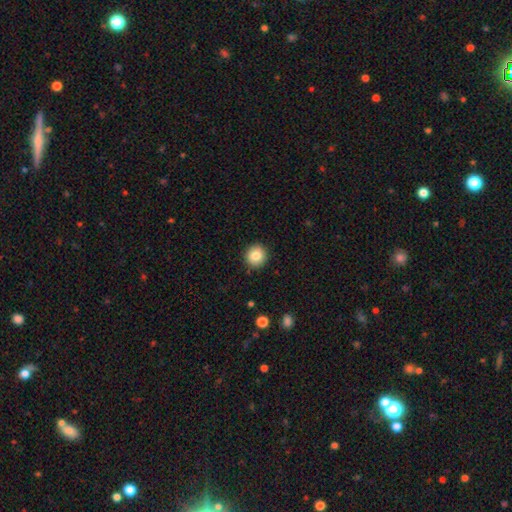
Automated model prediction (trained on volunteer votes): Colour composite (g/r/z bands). It shows a smooth galaxy with no disk features (83%) that is round (93%). Merging: none (91%).